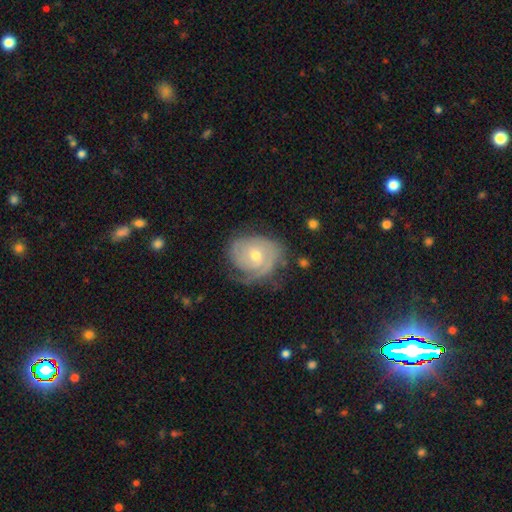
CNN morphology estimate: The model was most divided on "spiral arm count": 2: 33%, can't tell: 26%, 1: 21%, 3: 15%, 4: 3%, more than 4: 3%. More confident: edge-on disk — no (97%); spiral arms — yes (92%); smooth or featured — featured or disk (79%); bar — no (73%); spiral winding — tight (67%); merging — none (60%); bulge size — moderate (56%).